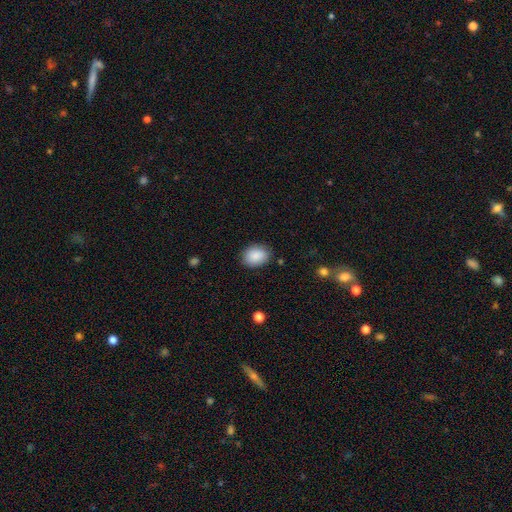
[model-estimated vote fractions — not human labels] A smooth galaxy with no disk features (89%) that is in between round and cigar-shaped (69%). Merging: none (85%).